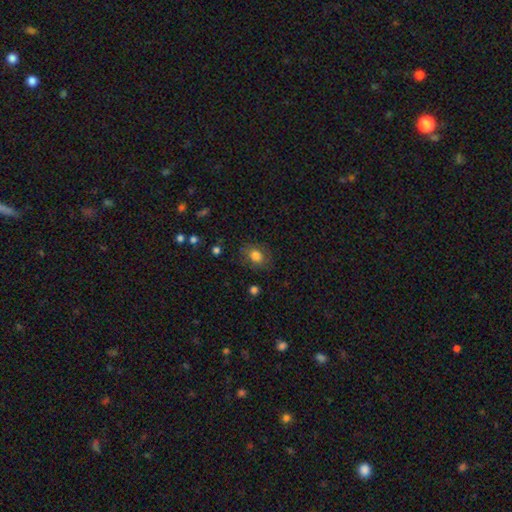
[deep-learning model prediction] smooth_or_featured: smooth (p=0.78) [alt: featured or disk p=0.11]
how_rounded: round (p=0.52) [alt: in between p=0.47]
merging: none (p=0.78) [alt: minor disturbance p=0.15]